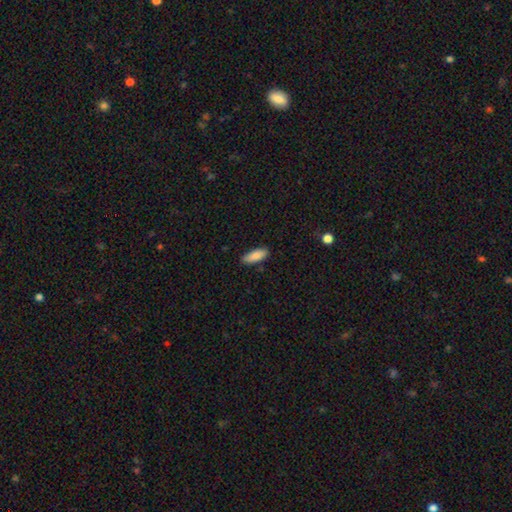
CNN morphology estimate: A smooth galaxy with no disk features (87%) that is in between round and cigar-shaped (69%).

Vote fractions:
- Smooth or featured? smooth: 87% / featured or disk: 7% / star or artifact: 6%
- How rounded? in between: 69% / cigar-shaped: 30% / round: 2%
- Merging? none: 86% / minor disturbance: 11% / major disturbance: 2% / merger: 1%